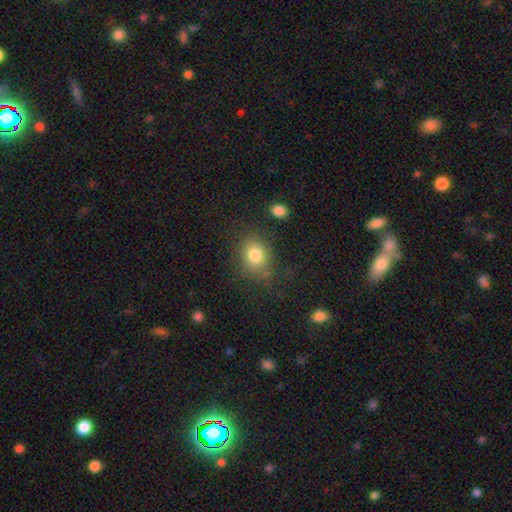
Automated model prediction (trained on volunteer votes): Q: Smooth or featured?
A: smooth (81%); runner-up: star or artifact (10%)
Q: How rounded?
A: round (60%); runner-up: in between (39%)
Q: Merging?
A: none (75%); runner-up: minor disturbance (15%)